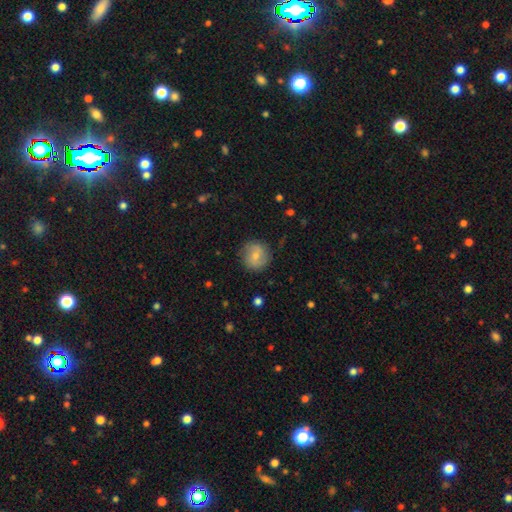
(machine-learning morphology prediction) smooth 58%, featured or disk 34%, star or artifact 8%. Down the decision tree: how rounded — round (90%); merging — none (84%).